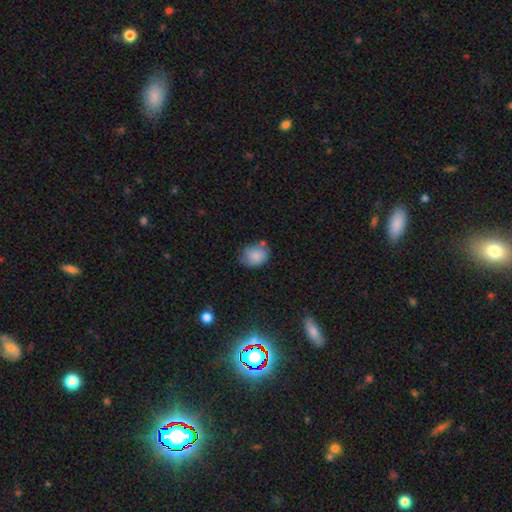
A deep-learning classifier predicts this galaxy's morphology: type=smooth (82%); roundness=round (50%); merging=none (55%).